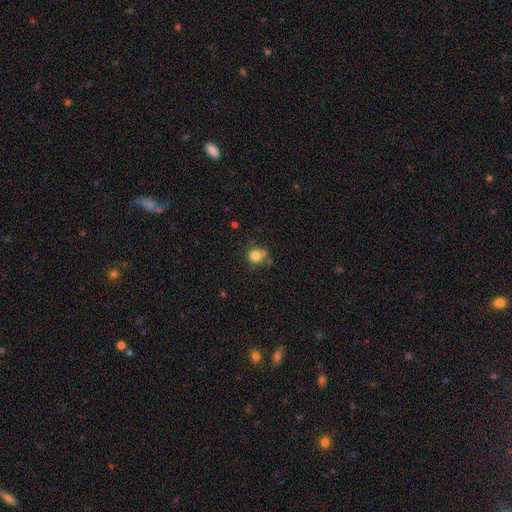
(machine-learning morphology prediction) smooth-or-featured: smooth: 81% | star or artifact: 12% | featured or disk: 7%
  how-rounded: round: 87% | in between: 12% | cigar-shaped: 1%
  merging: none: 65% | minor disturbance: 18% | merger: 12% | major disturbance: 5%